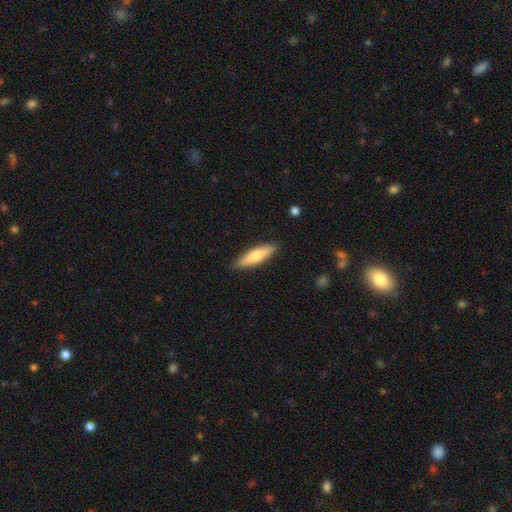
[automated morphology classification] smooth-or-featured: smooth: 69% | featured or disk: 25% | star or artifact: 5%
  how-rounded: cigar-shaped: 63% | in between: 35% | round: 2%
  merging: none: 86% | minor disturbance: 10% | major disturbance: 2% | merger: 1%